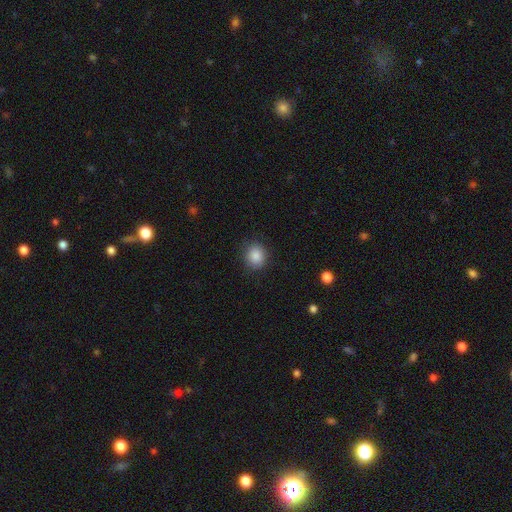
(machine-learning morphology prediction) Smooth or featured? Predicted: smooth (p=0.87). How rounded? Predicted: round (p=0.75). Merging? Predicted: none (p=0.86).